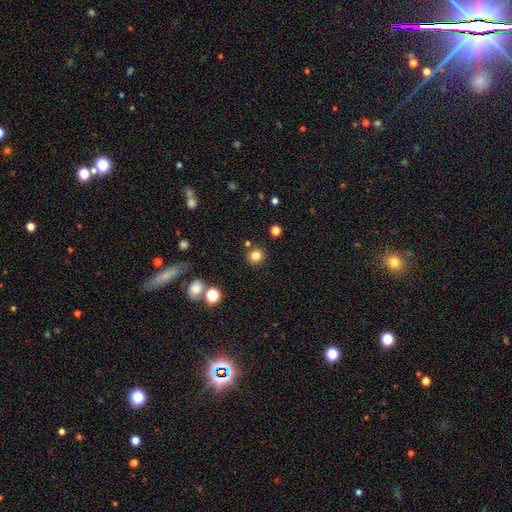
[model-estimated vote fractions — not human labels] Morphology: type=smooth (81%); roundness=round (92%); merging=none (87%).